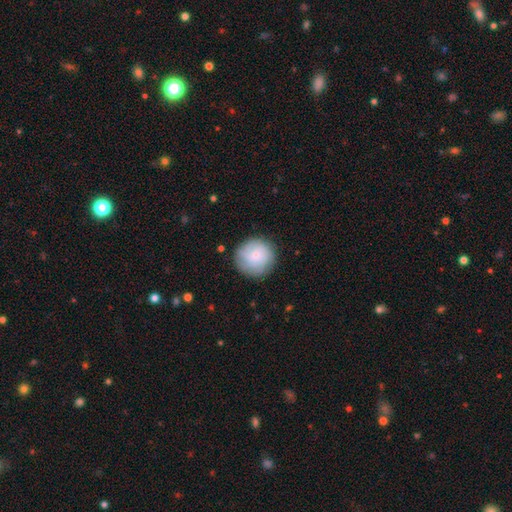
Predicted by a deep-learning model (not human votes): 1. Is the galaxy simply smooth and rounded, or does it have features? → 67% smooth, 26% featured or disk, 7% star or artifact.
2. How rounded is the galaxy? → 94% round, 5% in between, 1% cigar-shaped.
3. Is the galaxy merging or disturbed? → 82% none, 13% minor disturbance, 4% major disturbance, 1% merger.